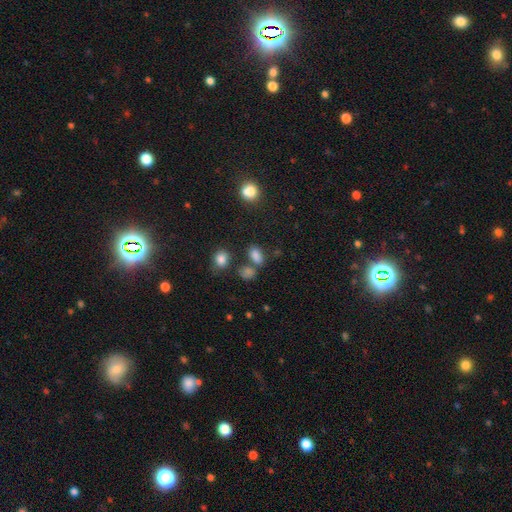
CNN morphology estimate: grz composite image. It shows a smooth galaxy with no disk features (81%) that is in between round and cigar-shaped (83%). Merging: none (65%).